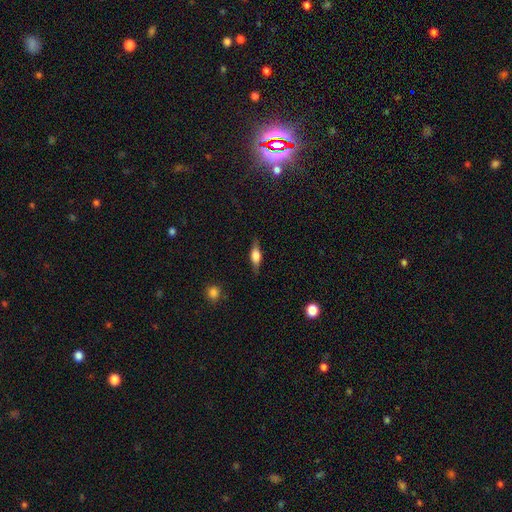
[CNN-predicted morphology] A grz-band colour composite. It shows a featured or disk galaxy (49%). Merging: none (82%).